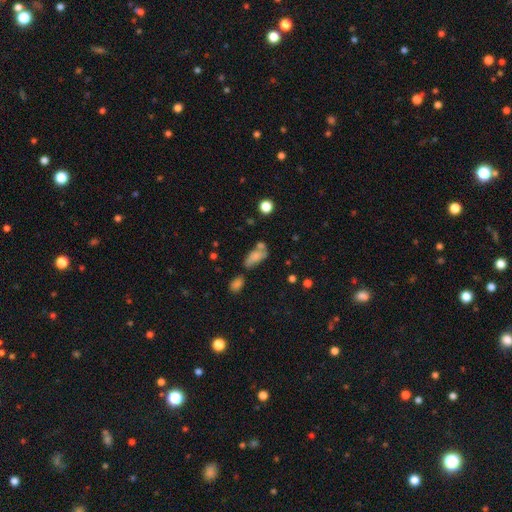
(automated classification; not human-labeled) A smooth galaxy with no disk features (69%) that is in between round and cigar-shaped (84%).

Vote fractions:
- Smooth or featured? smooth: 69% / featured or disk: 19% / star or artifact: 12%
- How rounded? in between: 84% / cigar-shaped: 10% / round: 6%
- Merging? none: 34% / merger: 33% / minor disturbance: 21% / major disturbance: 12%